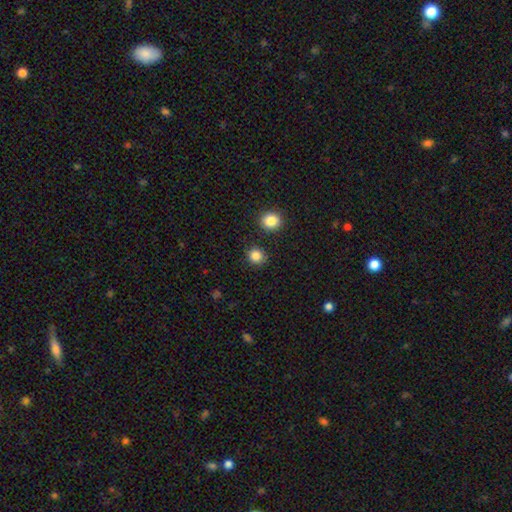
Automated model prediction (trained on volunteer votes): Smooth or featured? smooth (85%)
How rounded? round (88%)
Merging? none (87%)